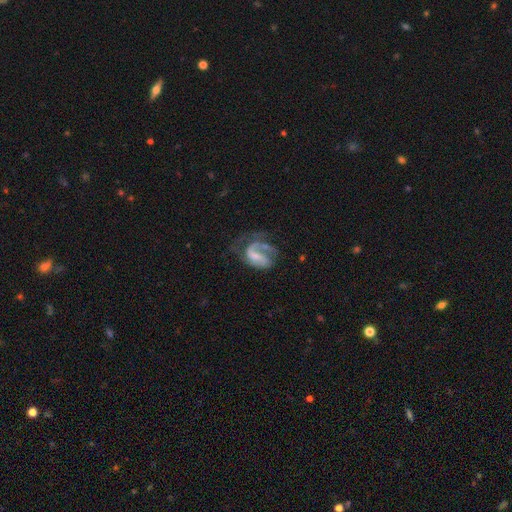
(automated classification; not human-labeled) Smooth or featured? featured or disk (75%)
Edge-on disk? no (98%)
Bar? weak (44%)
Spiral arms? yes (86%)
Spiral winding? medium (42%)
Spiral arm count? 1 (47%)
Bulge size? small (44%)
Merging? major disturbance (45%)